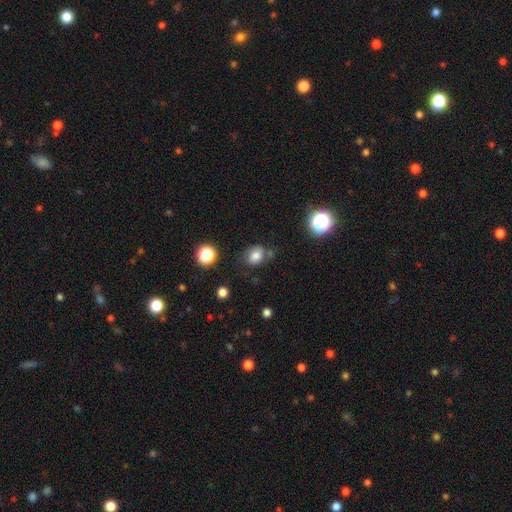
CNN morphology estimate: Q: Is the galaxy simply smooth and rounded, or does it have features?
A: smooth — 75%.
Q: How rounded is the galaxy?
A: round — 57%.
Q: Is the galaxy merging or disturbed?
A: none — 65%.